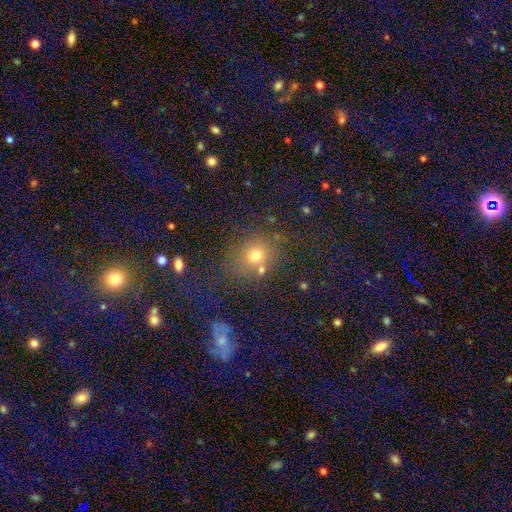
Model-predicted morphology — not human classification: Q: Smooth or featured?
A: smooth (68%); runner-up: star or artifact (21%)
Q: How rounded?
A: round (73%); runner-up: in between (26%)
Q: Merging?
A: none (68%); runner-up: merger (13%)